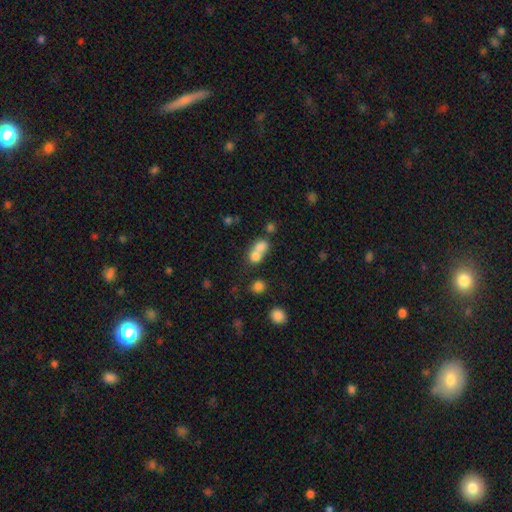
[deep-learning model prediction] This appears to be a smooth galaxy with no disk features (72%) that is round (56%). Merging: merger (68%).